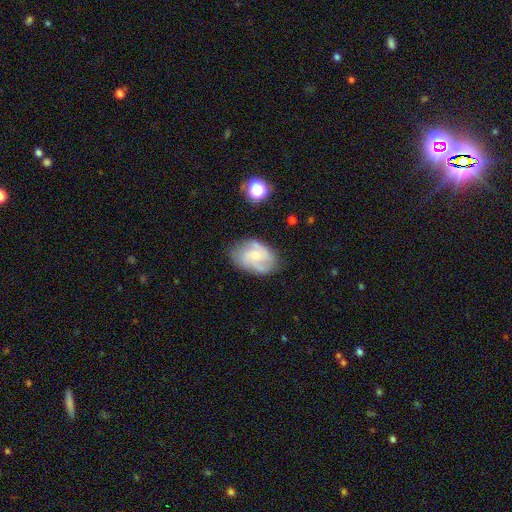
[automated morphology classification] Smooth or featured?
  - featured or disk: 63% *
  - smooth: 29%
  - star or artifact: 7%
Edge-on disk?
  - no: 97% *
  - yes: 3%
Bar?
  - no: 62% *
  - weak: 33%
  - strong: 5%
Spiral arms?
  - yes: 87% *
  - no: 13%
Spiral winding?
  - medium: 47% *
  - tight: 32%
  - loose: 21%
Spiral arm count?
  - 2: 37% *
  - 3: 26%
  - can't tell: 25%
  - 4: 5%
  - 1: 4%
  - more than 4: 3%
Bulge size?
  - small: 54% *
  - moderate: 32%
  - none: 10%
  - large: 3%
  - dominant: 1%
Merging?
  - none: 68% *
  - minor disturbance: 22%
  - major disturbance: 8%
  - merger: 2%